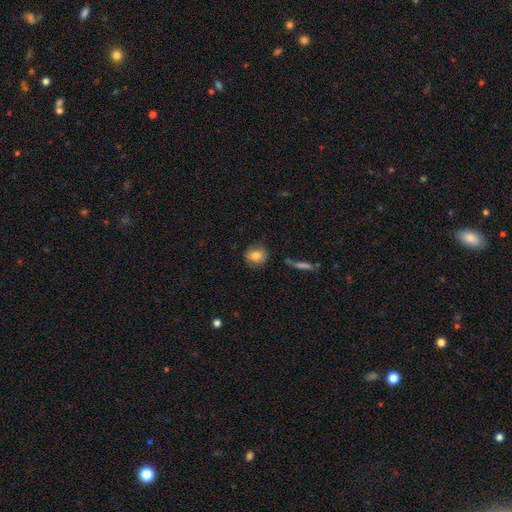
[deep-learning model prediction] Smooth or featured?
  - smooth: 78% *
  - featured or disk: 13%
  - star or artifact: 9%
How rounded?
  - round: 77% *
  - in between: 22%
  - cigar-shaped: 2%
Merging?
  - none: 78% *
  - minor disturbance: 15%
  - major disturbance: 4%
  - merger: 3%